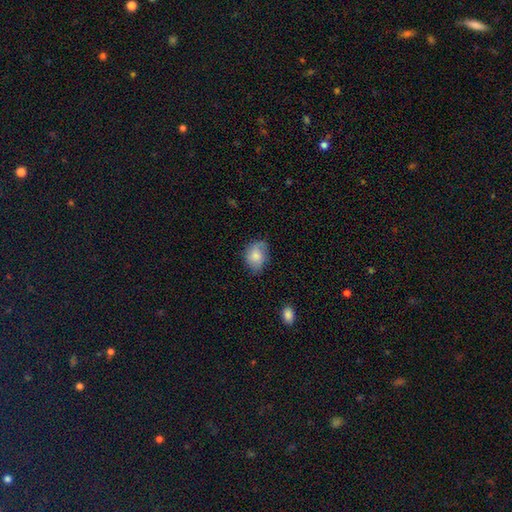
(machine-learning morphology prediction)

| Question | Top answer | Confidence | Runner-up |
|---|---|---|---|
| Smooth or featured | smooth | 73% | featured or disk (19%) |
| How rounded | in between | 69% | round (30%) |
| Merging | none | 63% | minor disturbance (29%) |